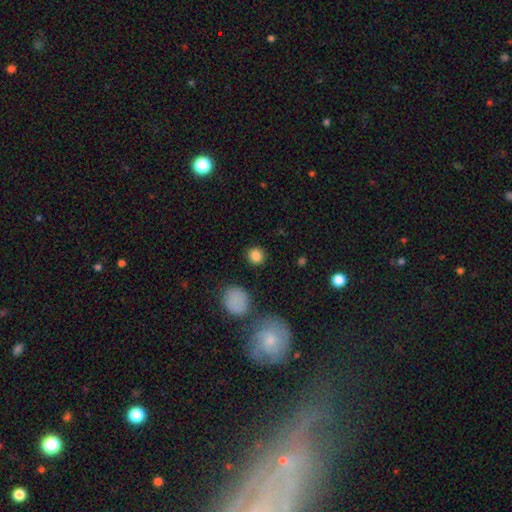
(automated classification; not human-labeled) A smooth galaxy with no disk features (85%) that is round (85%). Merging: none (88%).